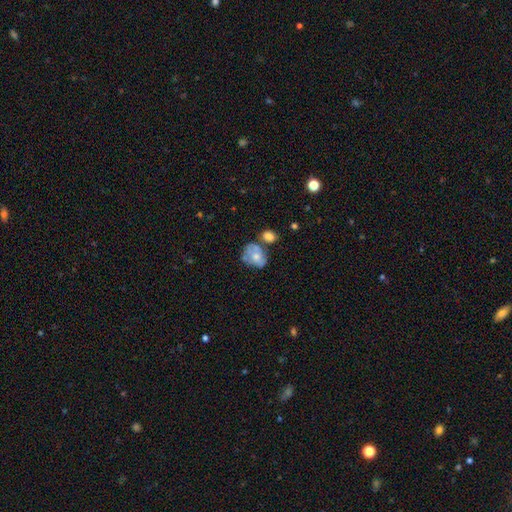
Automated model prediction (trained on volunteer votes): Morphology: type=smooth (54%); roundness=in between (59%); merging=none (33%).